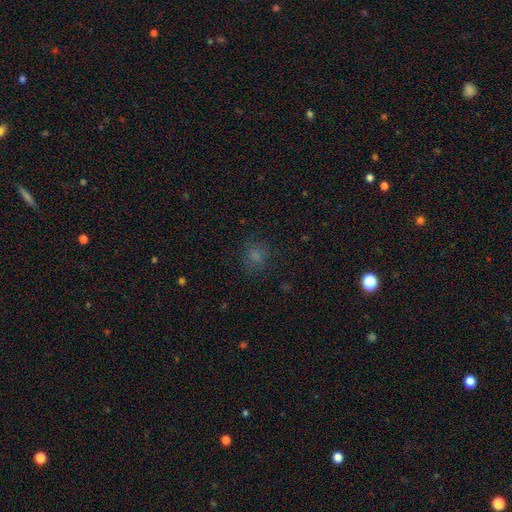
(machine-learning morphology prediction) smooth_or_featured: smooth (p=0.74) [alt: star or artifact p=0.19]
how_rounded: round (p=0.76) [alt: in between p=0.23]
merging: none (p=0.79) [alt: minor disturbance p=0.13]